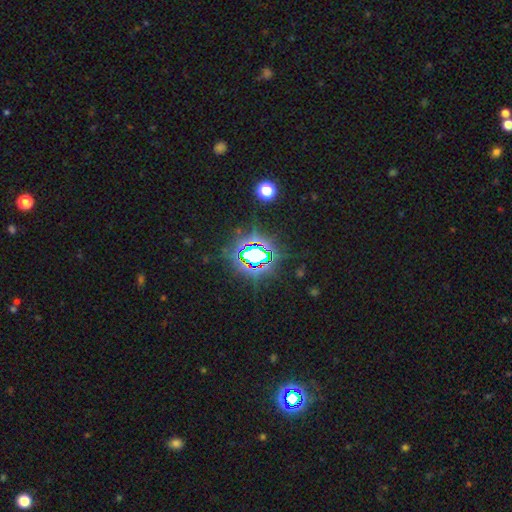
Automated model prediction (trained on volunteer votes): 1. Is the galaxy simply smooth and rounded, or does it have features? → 76% star or artifact, 14% smooth, 10% featured or disk.